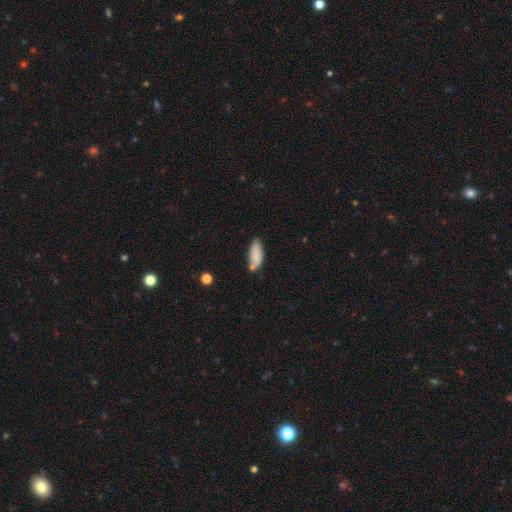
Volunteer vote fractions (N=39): Q: Smooth or featured?
A: smooth (87%); runner-up: featured or disk (8%)
Q: How rounded?
A: in between (79%); runner-up: cigar-shaped (18%)
Q: Merging?
A: none (70%); runner-up: minor disturbance (19%)